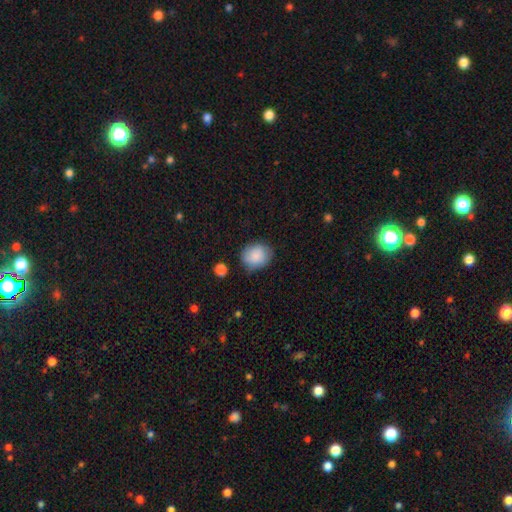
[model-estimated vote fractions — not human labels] smooth-or-featured: smooth: 87% | star or artifact: 7% | featured or disk: 6%
  how-rounded: round: 58% | in between: 41% | cigar-shaped: 1%
  merging: none: 77% | minor disturbance: 17% | major disturbance: 4% | merger: 2%